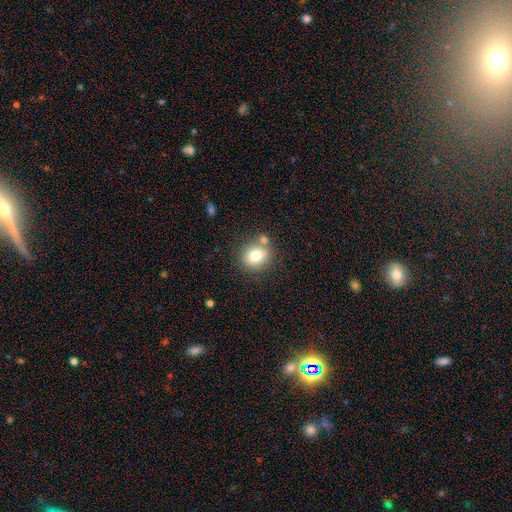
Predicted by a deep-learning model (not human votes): Overall: smooth (76%). How rounded: round (72%). Merging: none (71%).